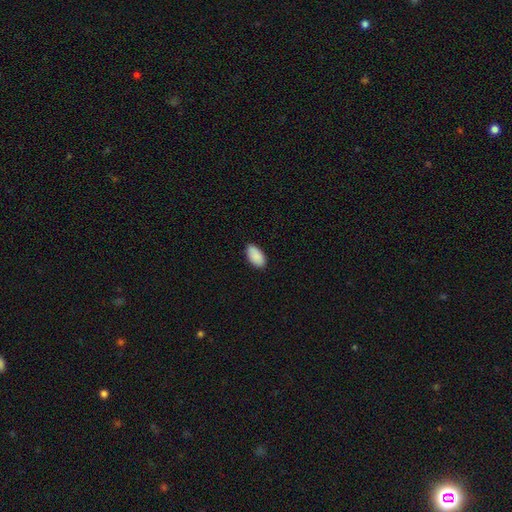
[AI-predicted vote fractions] smooth 91%, star or artifact 6%, featured or disk 3%. Down the decision tree: how rounded — in between (95%); merging — none (87%).